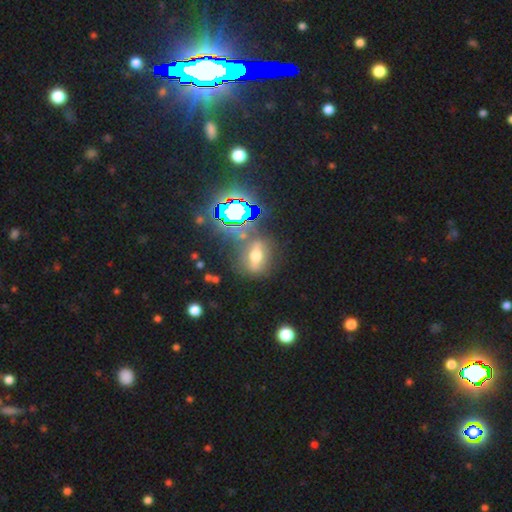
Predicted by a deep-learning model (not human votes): Smooth or featured? Predicted: smooth (p=0.35). Merging? Predicted: none (p=0.71).